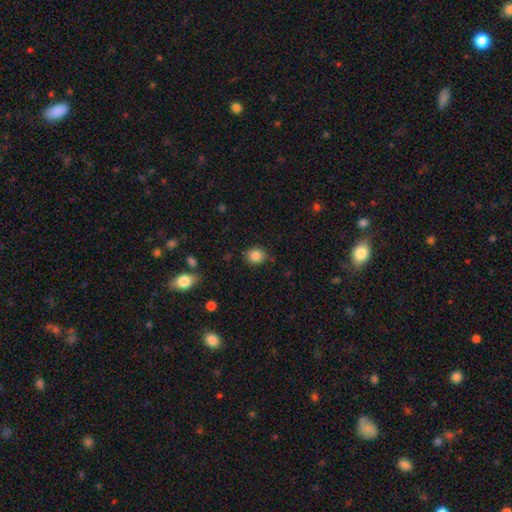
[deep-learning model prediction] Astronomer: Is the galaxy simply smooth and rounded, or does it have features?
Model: smooth — 85%.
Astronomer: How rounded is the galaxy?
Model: round — 76%.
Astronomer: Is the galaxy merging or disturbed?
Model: none — 83%.